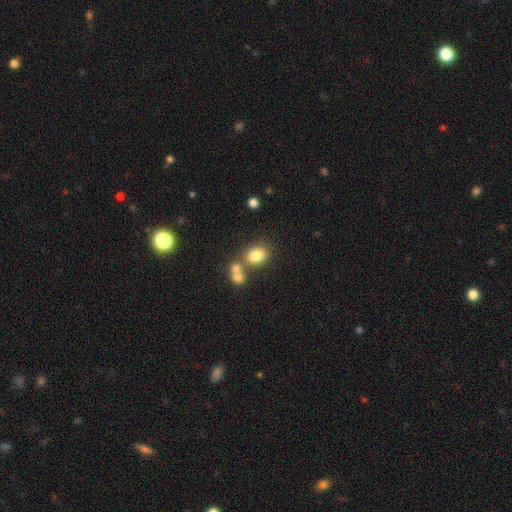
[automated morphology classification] A smooth galaxy with no disk features (80%) that is in between round and cigar-shaped (69%). Merging: none (53%).